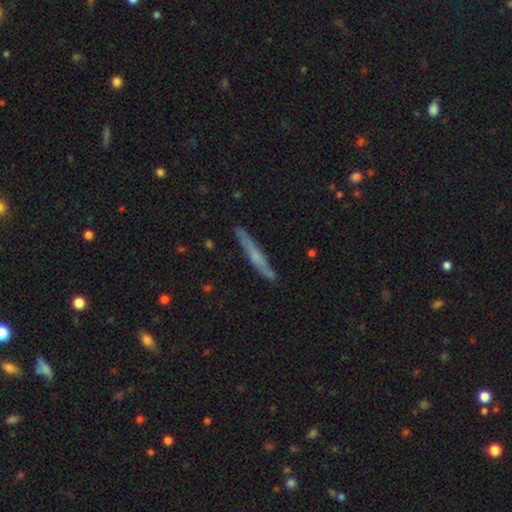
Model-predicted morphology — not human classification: Smooth or featured: featured or disk — 51% (smooth — 42%)
Edge-on disk: yes — 93% (no — 7%)
Merging: none — 84% (minor disturbance — 12%)